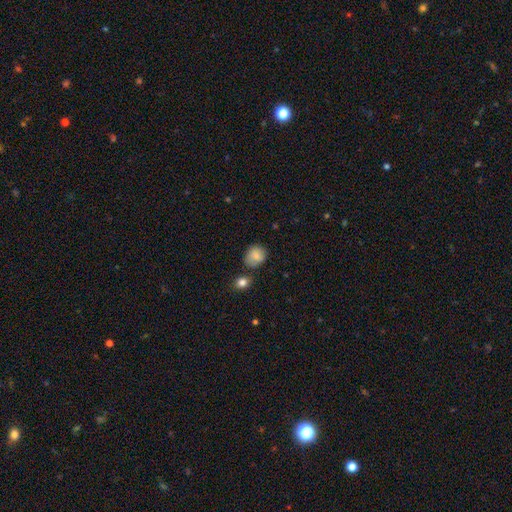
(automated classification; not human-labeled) The model was most divided on "how rounded": round: 69%, in between: 30%, cigar-shaped: 1%. More confident: smooth or featured — smooth (83%); merging — none (67%).